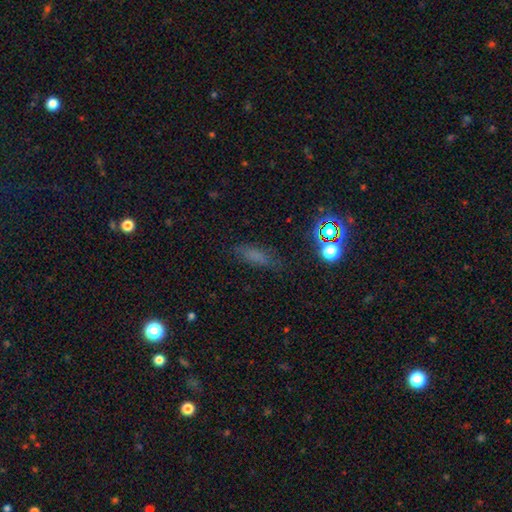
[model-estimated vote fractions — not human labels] Morphology: type=smooth (64%); roundness=in between (48%); merging=none (74%).